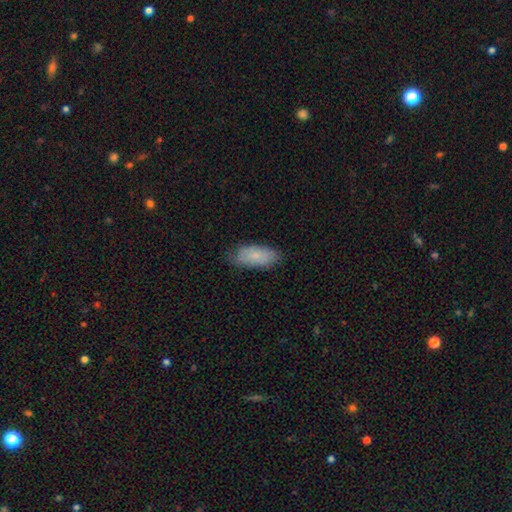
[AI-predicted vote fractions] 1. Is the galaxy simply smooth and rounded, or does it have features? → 78% smooth, 16% featured or disk, 6% star or artifact.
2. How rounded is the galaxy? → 88% in between, 10% cigar-shaped, 2% round.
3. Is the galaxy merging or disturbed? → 73% none, 22% minor disturbance, 4% major disturbance, 1% merger.